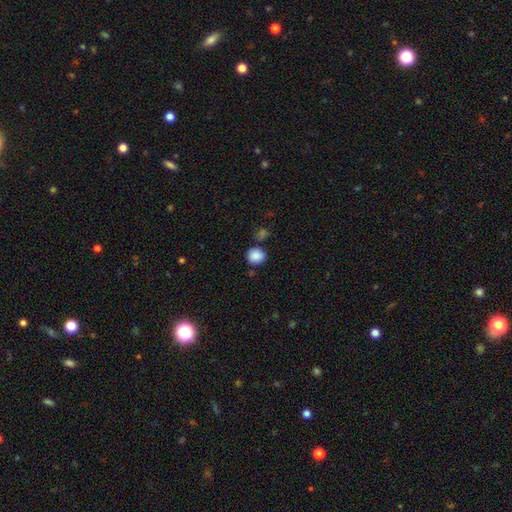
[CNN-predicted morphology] Overall: smooth (88%). How rounded: round (86%). Merging: none (78%).